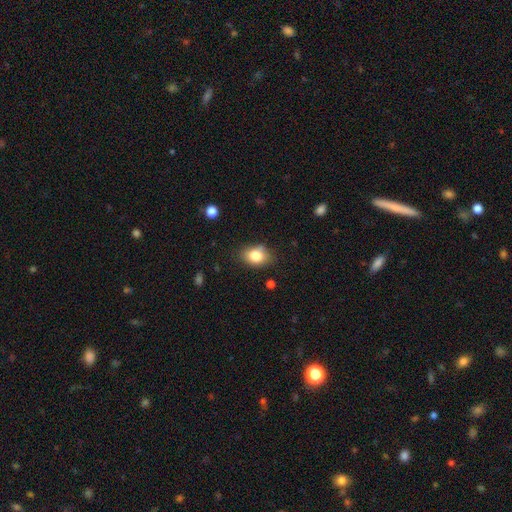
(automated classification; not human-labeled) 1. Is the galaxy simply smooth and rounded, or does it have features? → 81% smooth, 10% featured or disk, 9% star or artifact.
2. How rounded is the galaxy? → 73% in between, 26% round, 1% cigar-shaped.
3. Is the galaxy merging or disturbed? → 78% none, 17% minor disturbance, 3% major disturbance, 2% merger.